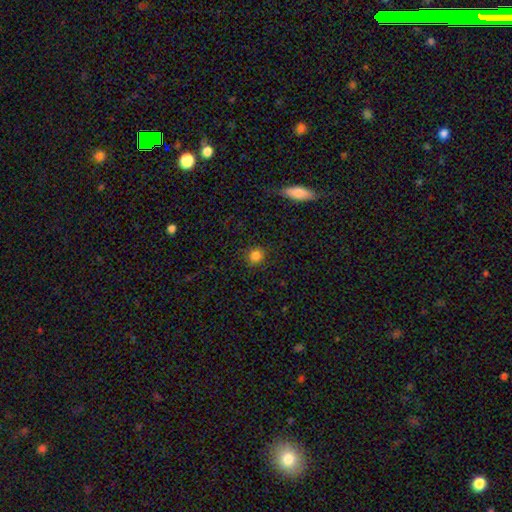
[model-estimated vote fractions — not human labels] Smooth or featured? Predicted: smooth (p=0.84). How rounded? Predicted: round (p=0.87). Merging? Predicted: none (p=0.87).